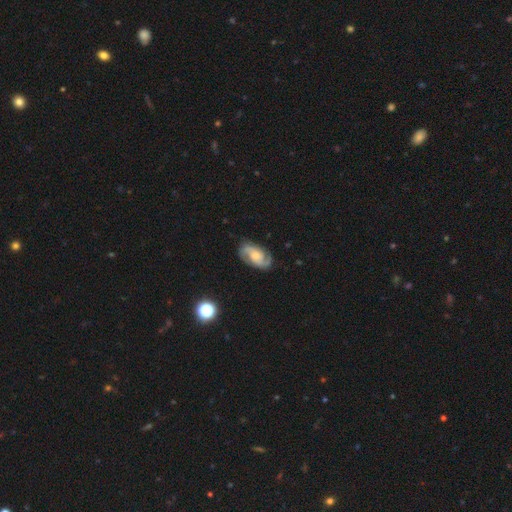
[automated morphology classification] Smooth or featured? featured or disk (84%)
Edge-on disk? no (97%)
Bar? no (58%)
Spiral arms? yes (97%)
Spiral winding? medium (50%)
Spiral arm count? 2 (82%)
Bulge size? small (42%)
Merging? none (81%)